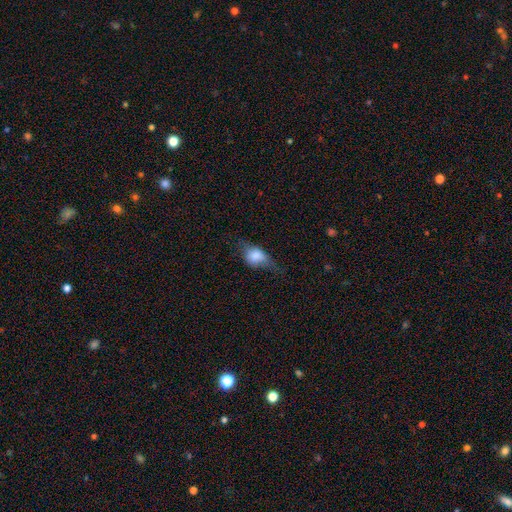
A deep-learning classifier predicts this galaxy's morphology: smooth_or_featured: smooth (p=0.62) [alt: featured or disk p=0.28]
how_rounded: in between (p=0.65) [alt: round p=0.30]
merging: none (p=0.40) [alt: minor disturbance p=0.34]